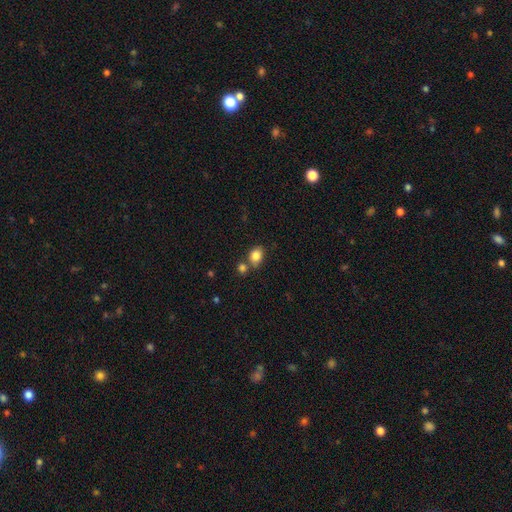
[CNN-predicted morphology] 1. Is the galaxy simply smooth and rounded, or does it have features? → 84% smooth, 9% star or artifact, 6% featured or disk.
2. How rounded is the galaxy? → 59% in between, 40% round, 1% cigar-shaped.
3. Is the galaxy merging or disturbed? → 61% none, 23% merger, 13% minor disturbance, 4% major disturbance.